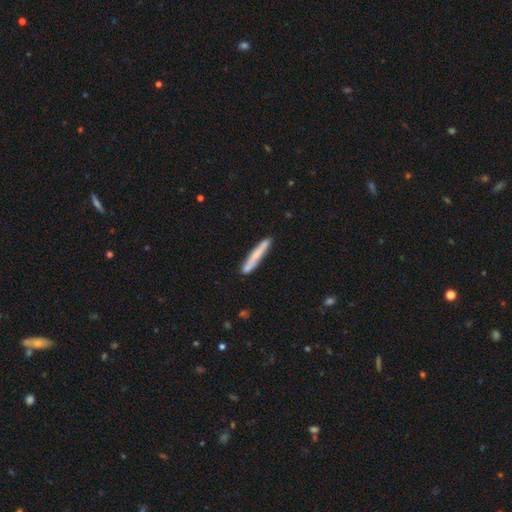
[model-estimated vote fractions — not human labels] Smooth or featured?
  - smooth: 65% *
  - featured or disk: 29%
  - star or artifact: 6%
How rounded?
  - cigar-shaped: 95% *
  - in between: 3%
  - round: 1%
Merging?
  - none: 83% *
  - minor disturbance: 12%
  - merger: 3%
  - major disturbance: 2%